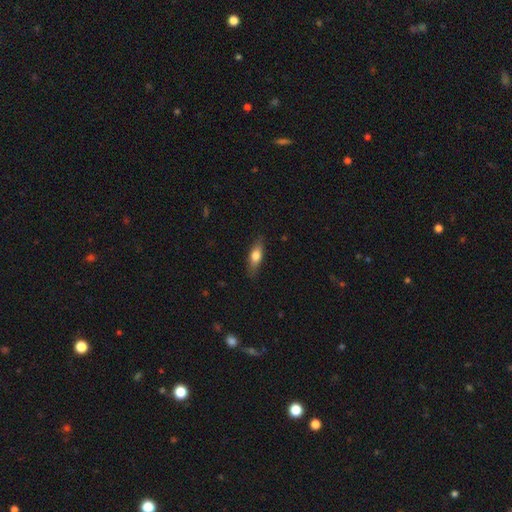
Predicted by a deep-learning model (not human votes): smooth 70%, featured or disk 23%, star or artifact 7%. Down the decision tree: how rounded — in between (64%); merging — none (82%).